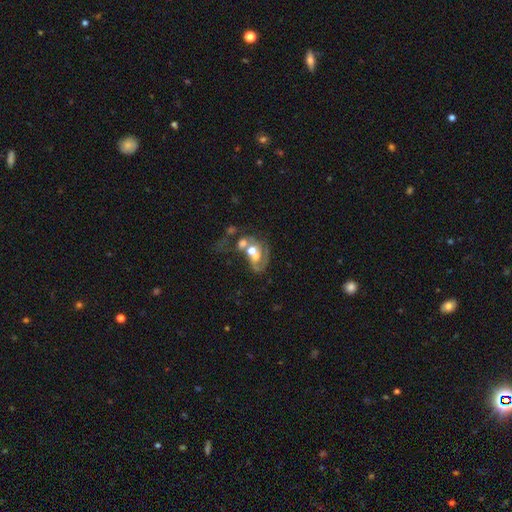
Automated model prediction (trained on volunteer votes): Morphology: type=featured or disk (58%); edge-on=no (96%); bar=no (77%); spiral arms=yes (52%); bulge=moderate (52%); merging=merger (54%).